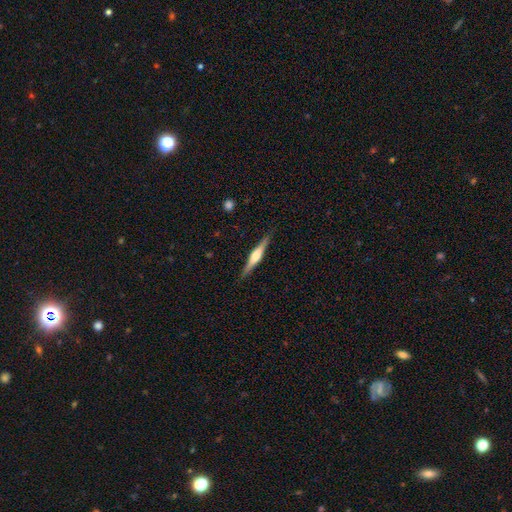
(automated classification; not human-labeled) This appears to be a featured or disk galaxy (70%) viewed edge-on (98%) with a rounded central bulge (82%). Merging: none (90%).